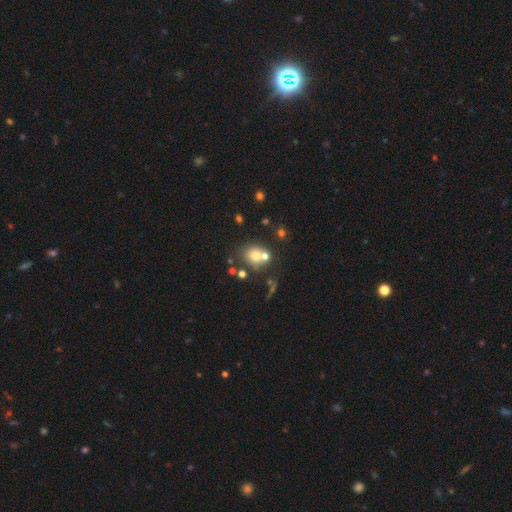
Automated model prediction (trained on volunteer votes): Smooth or featured?
  - smooth: 69% *
  - star or artifact: 15%
  - featured or disk: 15%
How rounded?
  - round: 72% *
  - in between: 27%
  - cigar-shaped: 1%
Merging?
  - none: 53% *
  - merger: 30%
  - minor disturbance: 11%
  - major disturbance: 6%